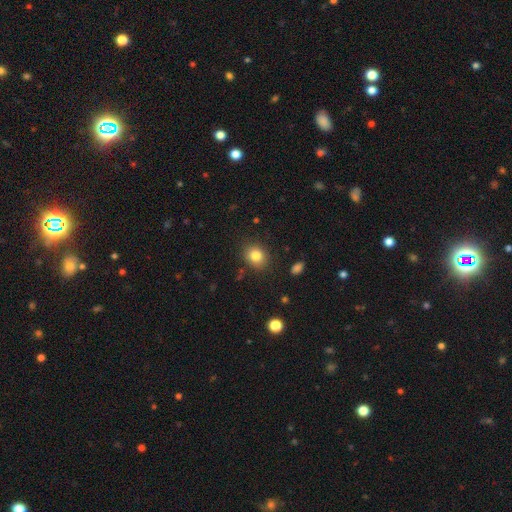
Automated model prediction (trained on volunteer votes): Morphology: type=smooth (82%); roundness=round (60%); merging=none (85%).